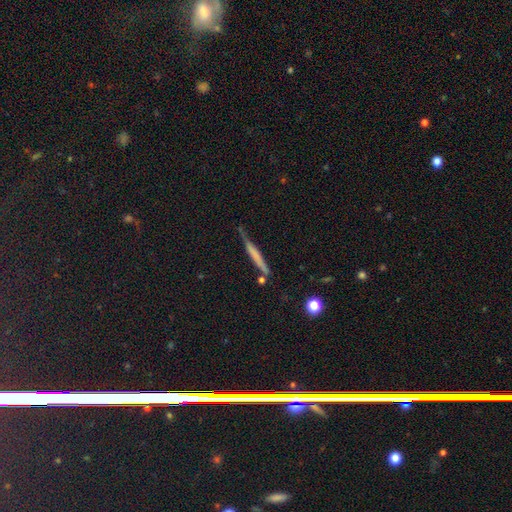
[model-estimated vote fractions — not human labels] Q: Smooth or featured?
A: smooth (49%); runner-up: featured or disk (44%)
Q: Merging?
A: none (70%); runner-up: minor disturbance (20%)